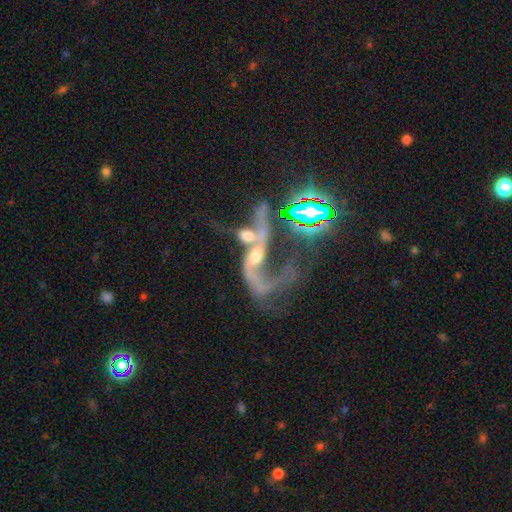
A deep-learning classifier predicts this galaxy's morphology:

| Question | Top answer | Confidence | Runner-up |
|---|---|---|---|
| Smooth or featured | featured or disk | 73% | star or artifact (17%) |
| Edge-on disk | no | 92% | yes (8%) |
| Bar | no | 56% | weak (28%) |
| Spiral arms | yes | 75% | no (25%) |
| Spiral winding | loose | 84% | medium (12%) |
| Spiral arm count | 2 | 58% | 1 (28%) |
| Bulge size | small | 43% | moderate (37%) |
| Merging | merger | 49% | major disturbance (29%) |